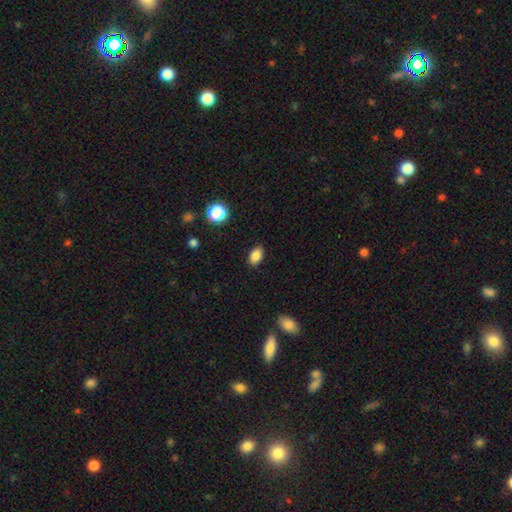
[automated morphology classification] Q: Smooth or featured?
A: smooth (86%); runner-up: star or artifact (10%)
Q: How rounded?
A: in between (86%); runner-up: round (12%)
Q: Merging?
A: none (88%); runner-up: minor disturbance (9%)